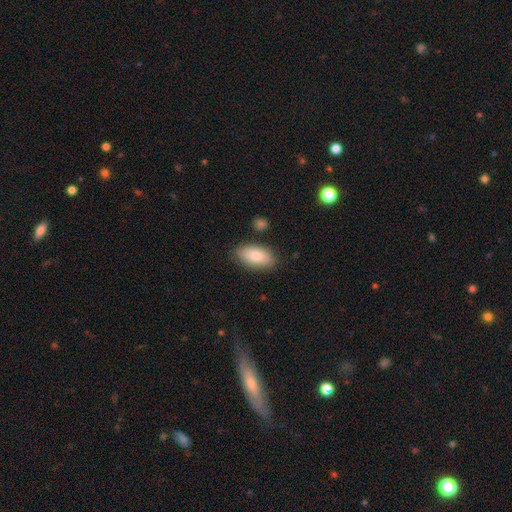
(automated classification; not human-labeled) Smooth or featured: smooth — 84% (featured or disk — 10%)
How rounded: in between — 92% (cigar-shaped — 5%)
Merging: none — 82% (minor disturbance — 12%)